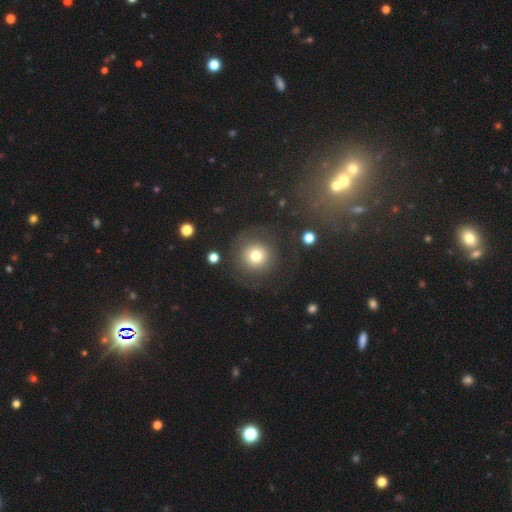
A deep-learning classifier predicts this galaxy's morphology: Overall: smooth (71%). How rounded: round (94%). Merging: none (75%).